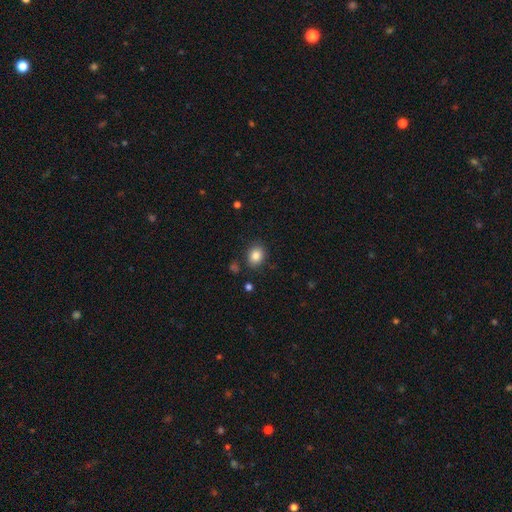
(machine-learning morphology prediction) The model was most divided on "how rounded": in between: 50%, round: 49%, cigar-shaped: 1%. More confident: merging — none (84%); smooth or featured — smooth (84%).